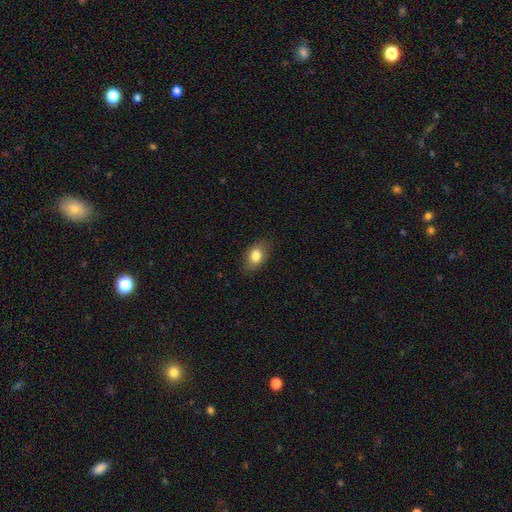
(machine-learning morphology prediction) Q: Smooth or featured?
A: smooth (82%); runner-up: featured or disk (10%)
Q: How rounded?
A: in between (84%); runner-up: round (14%)
Q: Merging?
A: none (83%); runner-up: minor disturbance (13%)